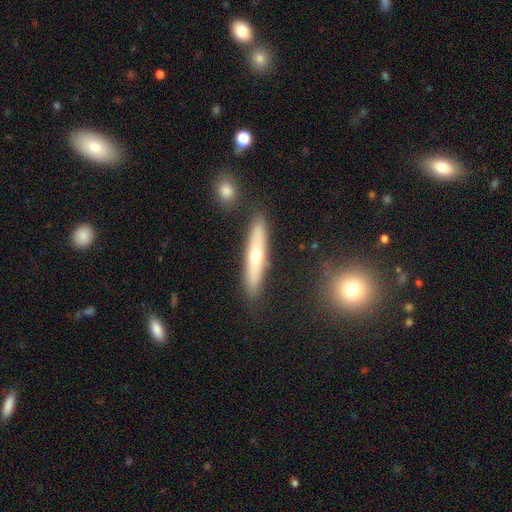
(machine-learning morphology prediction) Overall: featured or disk (47%, tied with smooth). Merging: none (86%).